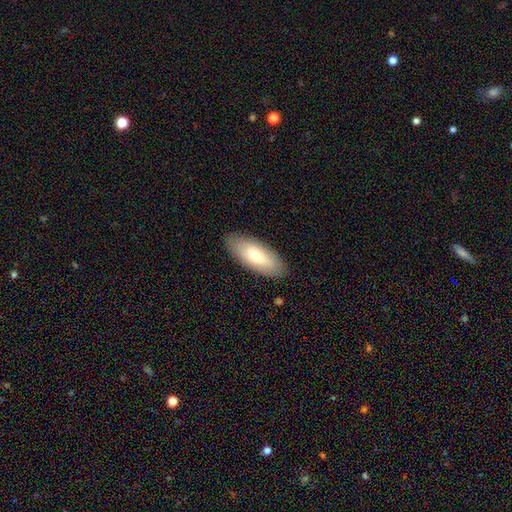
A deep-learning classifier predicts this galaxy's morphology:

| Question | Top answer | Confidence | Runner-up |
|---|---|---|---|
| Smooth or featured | smooth | 69% | featured or disk (25%) |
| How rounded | in between | 79% | cigar-shaped (19%) |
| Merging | none | 88% | minor disturbance (9%) |